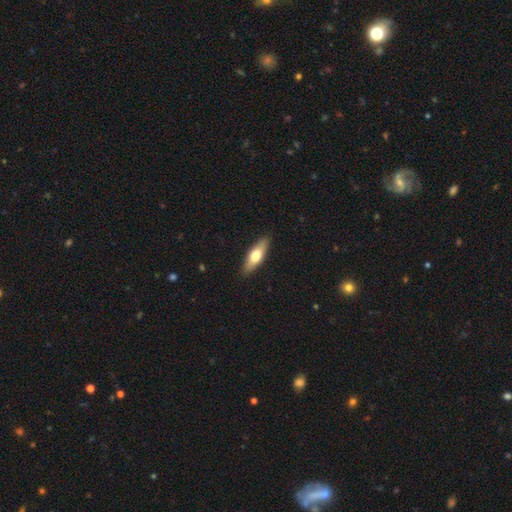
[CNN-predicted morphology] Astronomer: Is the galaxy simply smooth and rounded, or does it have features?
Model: smooth — 62%.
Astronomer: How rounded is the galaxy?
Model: in between — 55% (runner-up: cigar-shaped, 43%).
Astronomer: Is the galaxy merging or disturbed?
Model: none — 89%.